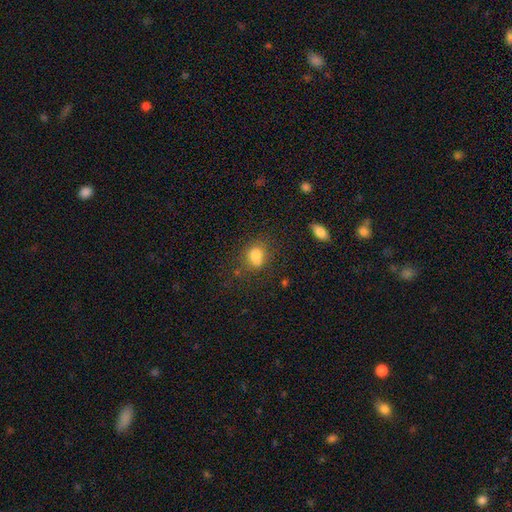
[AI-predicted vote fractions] smooth_or_featured: smooth (p=0.75) [alt: star or artifact p=0.13]
how_rounded: round (p=0.56) [alt: in between p=0.42]
merging: none (p=0.50) [alt: merger p=0.23]